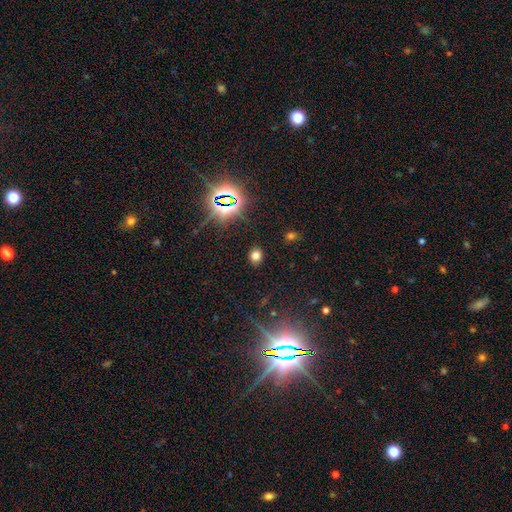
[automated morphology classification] smooth-or-featured: smooth: 70% | star or artifact: 24% | featured or disk: 6%
  how-rounded: round: 58% | in between: 41% | cigar-shaped: 1%
  merging: none: 88% | minor disturbance: 7% | major disturbance: 3% | merger: 2%